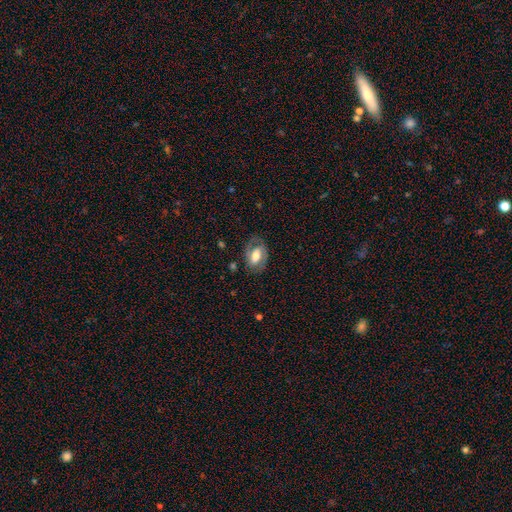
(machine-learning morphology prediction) A featured or disk galaxy (61%) with a weak bar (38%), spiral arms (72%) and a moderate central bulge (56%). Merging: none (73%).